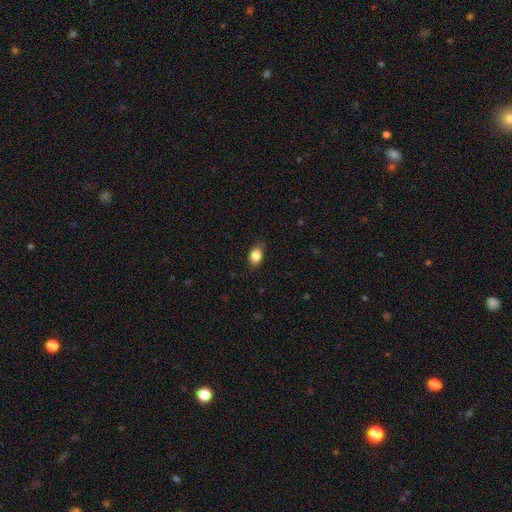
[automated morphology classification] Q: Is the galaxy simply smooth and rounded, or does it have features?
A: smooth — 86%.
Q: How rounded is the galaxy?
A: in between — 81%.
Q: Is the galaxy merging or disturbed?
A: none — 76%.